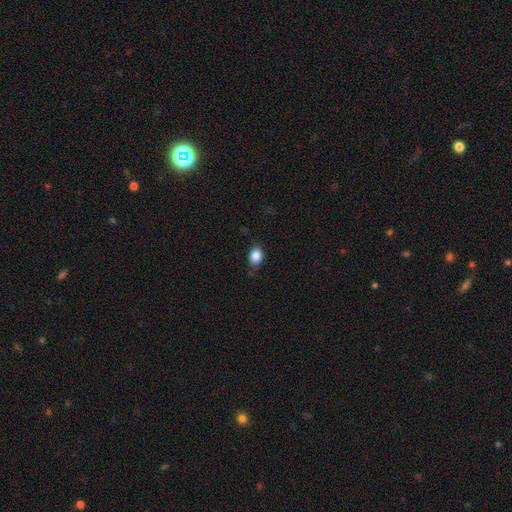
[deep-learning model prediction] Smooth or featured? Predicted: smooth (p=0.86). How rounded? Predicted: in between (p=0.57). Merging? Predicted: none (p=0.73).